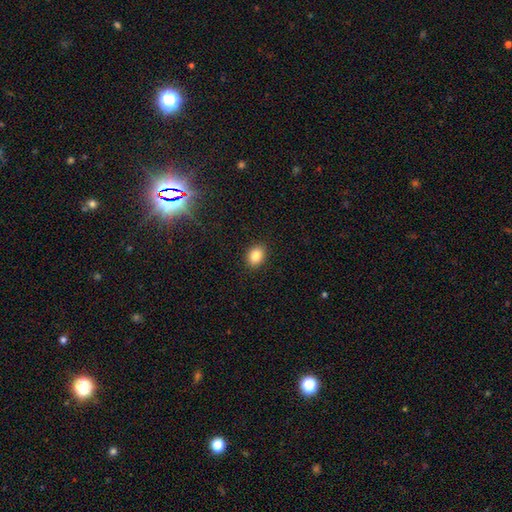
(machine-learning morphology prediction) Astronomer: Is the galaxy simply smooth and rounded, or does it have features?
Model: smooth — 84%.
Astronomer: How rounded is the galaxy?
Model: in between — 61% (runner-up: round, 38%).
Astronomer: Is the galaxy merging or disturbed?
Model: none — 90%.